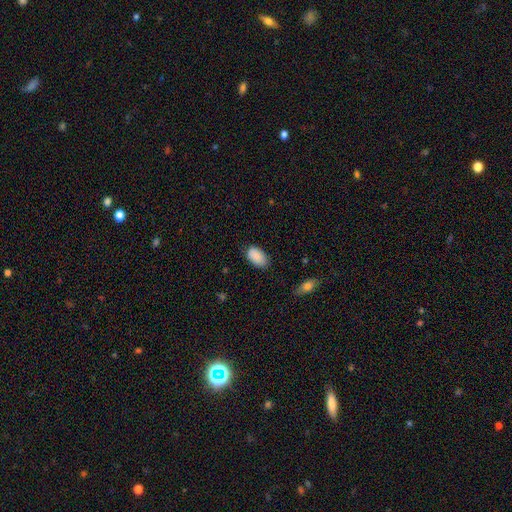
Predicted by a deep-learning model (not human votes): Smooth or featured?
  - smooth: 88% *
  - star or artifact: 7%
  - featured or disk: 5%
How rounded?
  - in between: 94% *
  - round: 5%
  - cigar-shaped: 1%
Merging?
  - none: 77% *
  - minor disturbance: 18%
  - major disturbance: 3%
  - merger: 1%